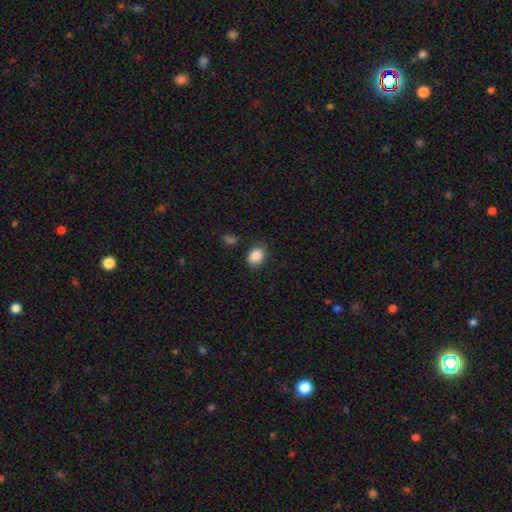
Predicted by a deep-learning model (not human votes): Smooth or featured: smooth — 88% (star or artifact — 8%)
How rounded: in between — 67% (round — 32%)
Merging: none — 80% (minor disturbance — 14%)